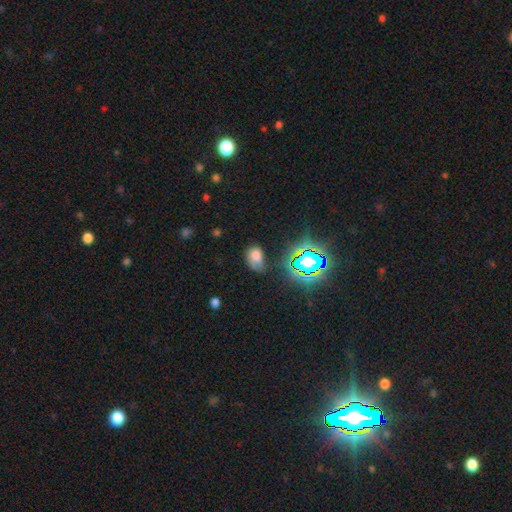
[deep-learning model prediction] Morphology: type=smooth (66%); roundness=in between (77%); merging=none (42%).